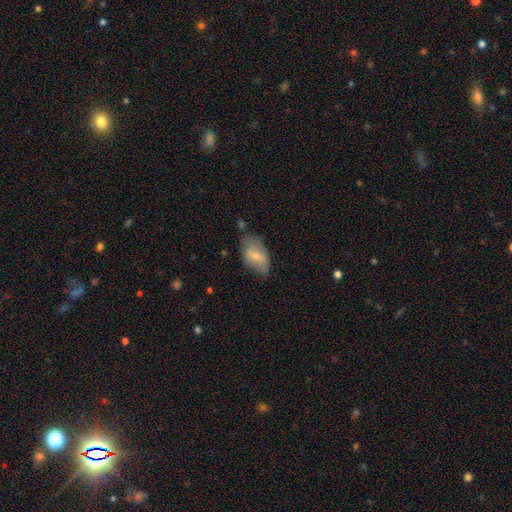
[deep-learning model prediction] A smooth galaxy with no disk features (62%) that is in between round and cigar-shaped (91%).

Vote fractions:
- Smooth or featured? smooth: 62% / featured or disk: 31% / star or artifact: 7%
- How rounded? in between: 91% / round: 5% / cigar-shaped: 4%
- Merging? none: 51% / minor disturbance: 34% / major disturbance: 11% / merger: 4%